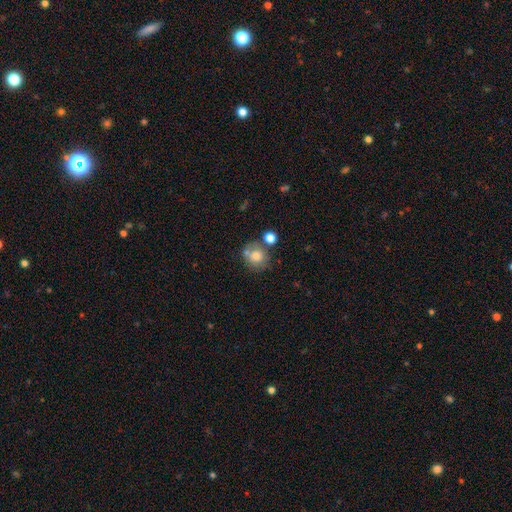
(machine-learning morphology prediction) A smooth galaxy with no disk features (74%) that is round (83%).

Vote fractions:
- Smooth or featured? smooth: 74% / featured or disk: 16% / star or artifact: 10%
- How rounded? round: 83% / in between: 16% / cigar-shaped: 1%
- Merging? none: 54% / merger: 23% / minor disturbance: 16% / major disturbance: 7%